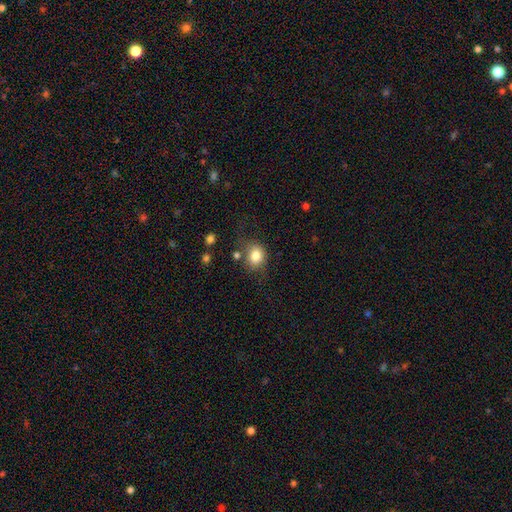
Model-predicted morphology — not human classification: Smooth or featured? Predicted: smooth (p=0.82). How rounded? Predicted: round (p=0.63). Merging? Predicted: none (p=0.60).